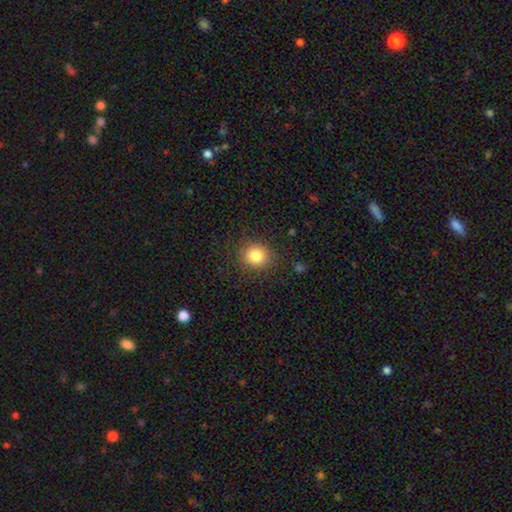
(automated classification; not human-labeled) Smooth or featured? smooth (82%)
How rounded? round (87%)
Merging? none (86%)